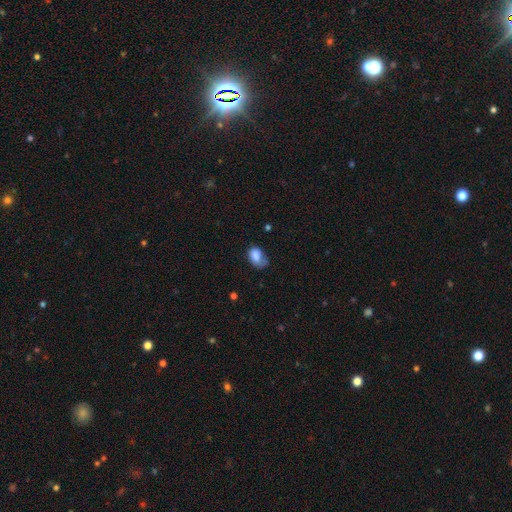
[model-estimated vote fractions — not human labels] A smooth galaxy with no disk features (79%) that is in between round and cigar-shaped (80%). Merging: none (37%).